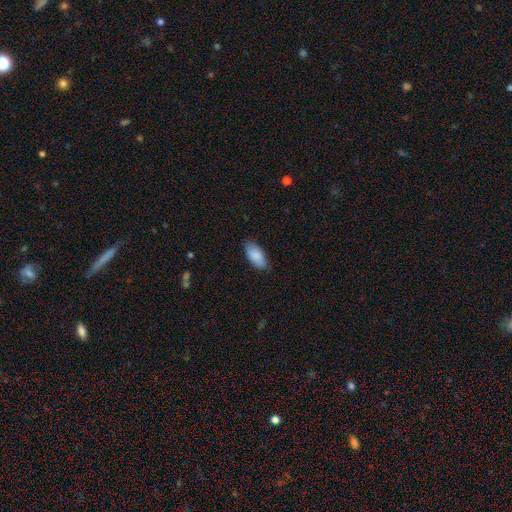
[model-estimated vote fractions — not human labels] The model was most divided on "merging": none: 82%, minor disturbance: 14%, major disturbance: 3%, merger: 1%. More confident: how rounded — in between (93%); smooth or featured — smooth (88%).